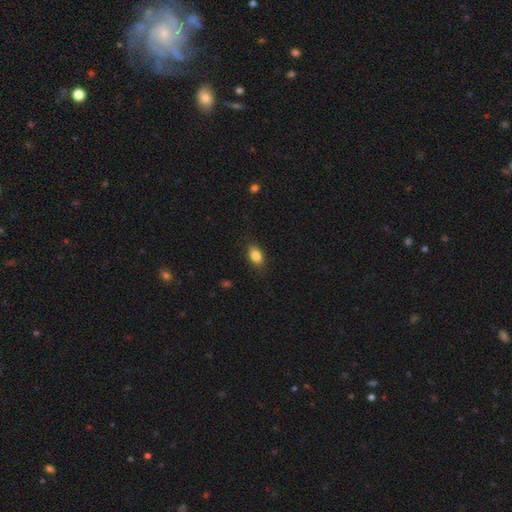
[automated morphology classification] type=smooth (85%); roundness=in between (86%); merging=none (84%).